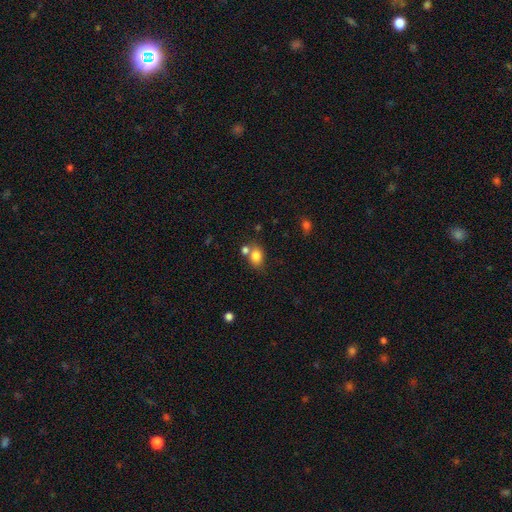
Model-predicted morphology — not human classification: This is clearly a smooth galaxy (81%). How rounded: possibly in between (56%). Merging: possibly none (54%).